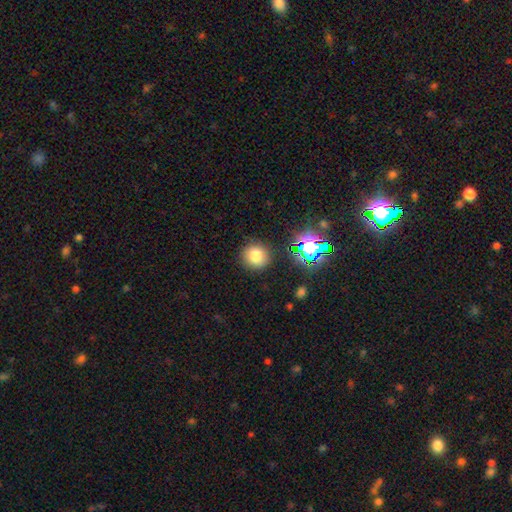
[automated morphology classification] The model was most divided on "smooth or featured": smooth: 76%, star or artifact: 16%, featured or disk: 7%. More confident: how rounded — round (89%); merging — none (87%).